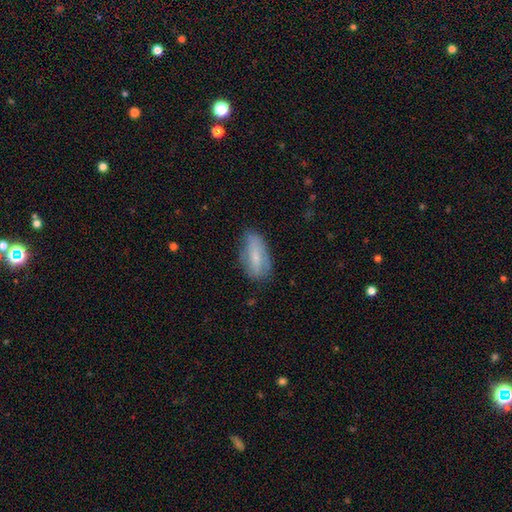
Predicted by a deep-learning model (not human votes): Q: Smooth or featured?
A: smooth (60%); runner-up: featured or disk (32%)
Q: How rounded?
A: in between (85%); runner-up: cigar-shaped (12%)
Q: Merging?
A: none (66%); runner-up: minor disturbance (26%)